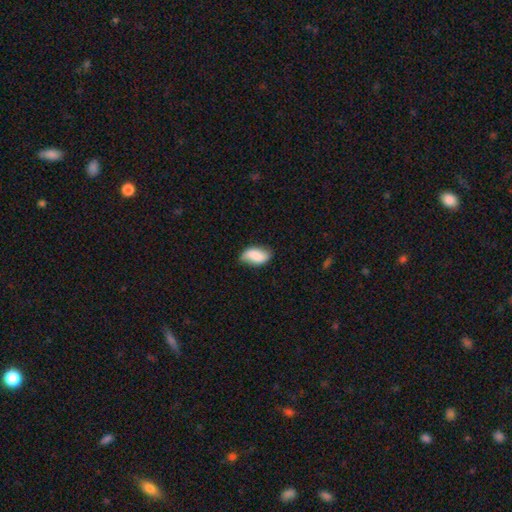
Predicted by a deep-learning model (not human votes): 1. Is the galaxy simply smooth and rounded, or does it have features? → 78% smooth, 15% featured or disk, 7% star or artifact.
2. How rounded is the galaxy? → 93% in between, 4% round, 3% cigar-shaped.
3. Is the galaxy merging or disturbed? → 71% none, 23% minor disturbance, 4% major disturbance, 1% merger.